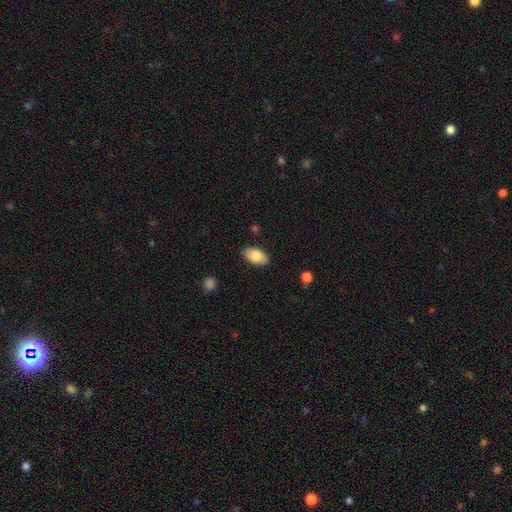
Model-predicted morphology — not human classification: Overall: smooth (81%). How rounded: in between (94%). Merging: none (85%).